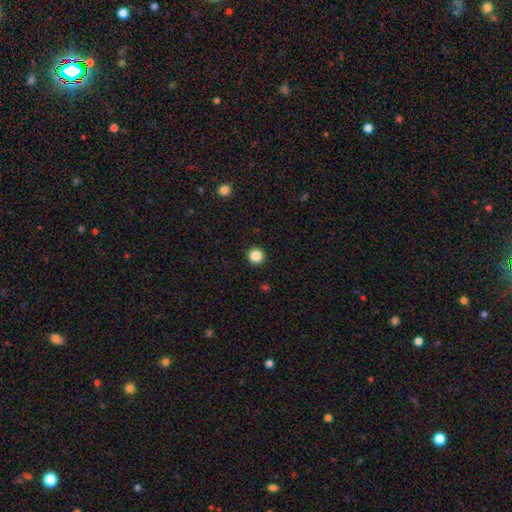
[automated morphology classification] smooth 86%, star or artifact 11%, featured or disk 3%. Down the decision tree: how rounded — round (96%); merging — none (93%).